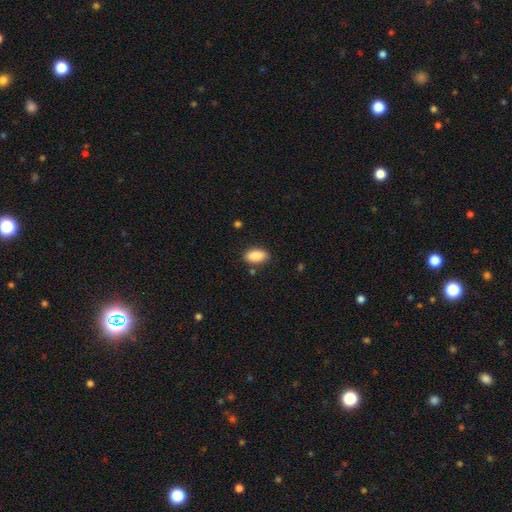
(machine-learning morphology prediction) Smooth or featured? Predicted: smooth (p=0.89). How rounded? Predicted: in between (p=0.92). Merging? Predicted: none (p=0.84).